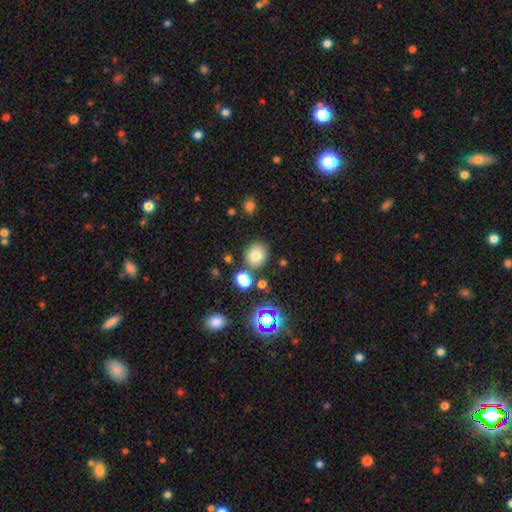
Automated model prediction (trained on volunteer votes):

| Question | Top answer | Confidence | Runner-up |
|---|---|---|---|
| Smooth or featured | smooth | 73% | star or artifact (17%) |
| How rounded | round | 79% | in between (20%) |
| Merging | none | 78% | merger (9%) |